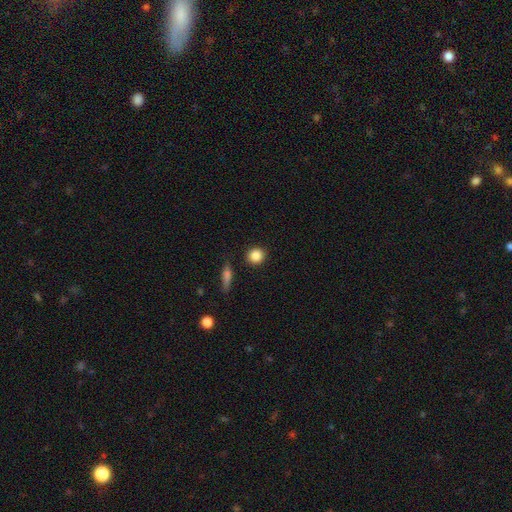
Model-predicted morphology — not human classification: A smooth galaxy with no disk features (86%) that is round (89%).

Vote fractions:
- Smooth or featured? smooth: 86% / star or artifact: 9% / featured or disk: 5%
- How rounded? round: 89% / in between: 10% / cigar-shaped: 2%
- Merging? none: 89% / minor disturbance: 6% / merger: 3% / major disturbance: 2%